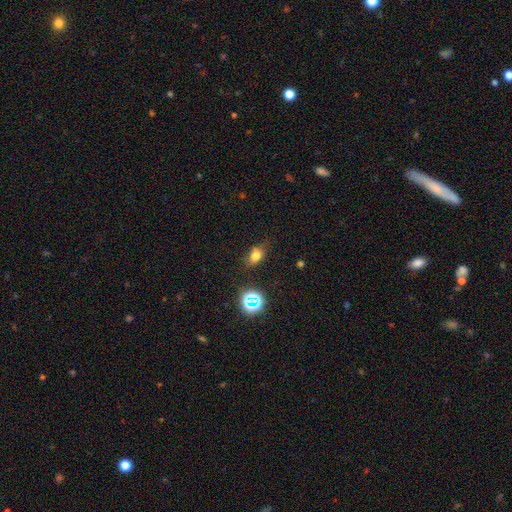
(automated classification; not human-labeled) Smooth or featured? smooth (72%)
How rounded? in between (66%)
Merging? none (73%)